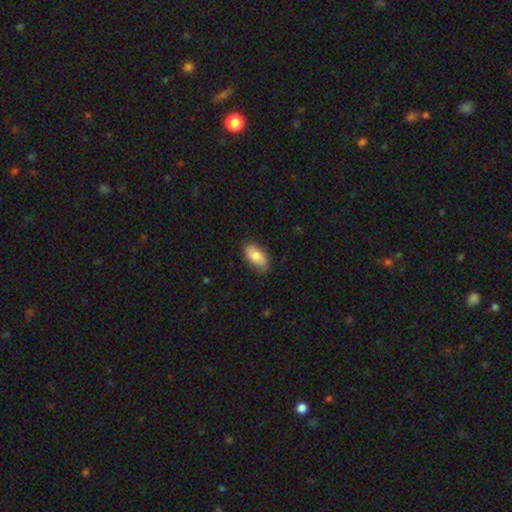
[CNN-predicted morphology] This appears to be a smooth galaxy with no disk features (78%) that is in between round and cigar-shaped (93%). Merging: none (75%).